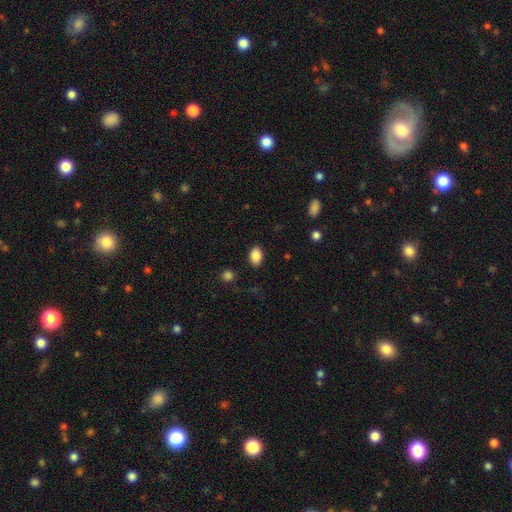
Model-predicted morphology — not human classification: This is clearly a smooth galaxy (88%). How rounded: clearly in between (84%). Merging: clearly none (87%).